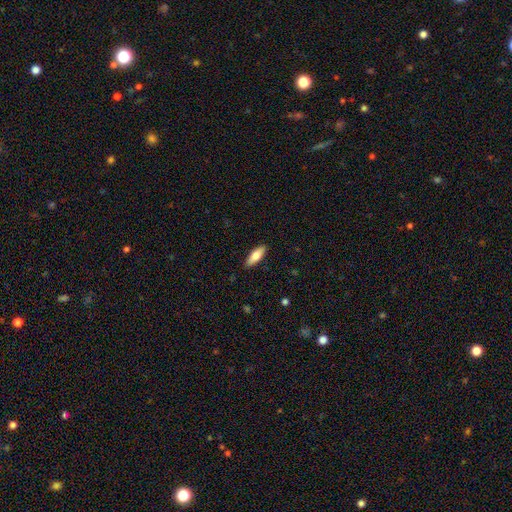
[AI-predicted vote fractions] Smooth or featured? Predicted: smooth (p=0.74). How rounded? Predicted: in between (p=0.59). Merging? Predicted: none (p=0.90).